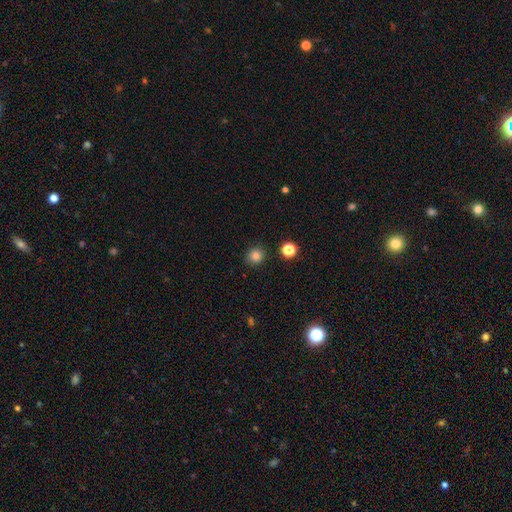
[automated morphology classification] Q: Smooth or featured?
A: smooth (82%); runner-up: star or artifact (13%)
Q: How rounded?
A: round (90%); runner-up: in between (9%)
Q: Merging?
A: none (90%); runner-up: minor disturbance (6%)